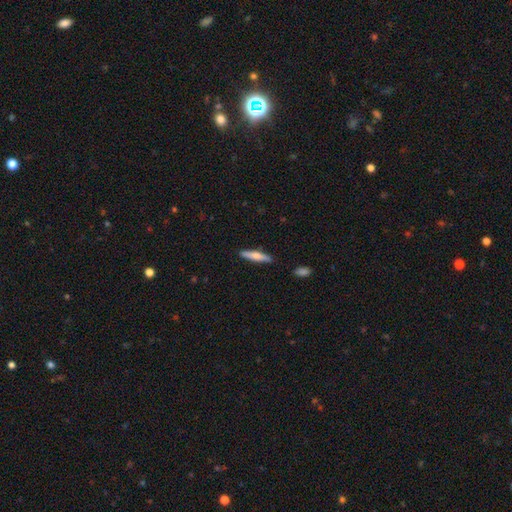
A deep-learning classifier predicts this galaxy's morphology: This is likely a smooth galaxy (63%). How rounded: clearly cigar-shaped (86%). Merging: clearly none (89%).